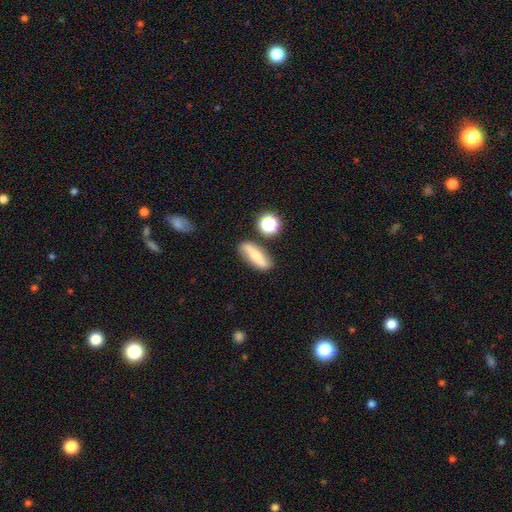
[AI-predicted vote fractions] Smooth or featured? Predicted: smooth (p=0.53). How rounded? Predicted: cigar-shaped (p=0.52). Merging? Predicted: none (p=0.77).